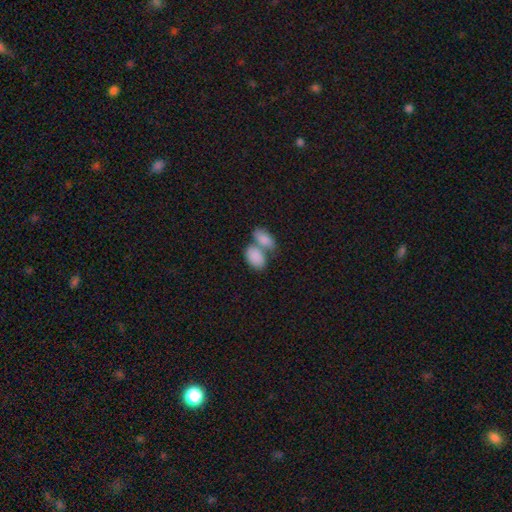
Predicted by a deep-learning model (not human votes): smooth-or-featured: smooth: 86% | featured or disk: 9% | star or artifact: 6%
  how-rounded: in between: 92% | round: 6% | cigar-shaped: 2%
  merging: merger: 60% | none: 26% | minor disturbance: 9% | major disturbance: 4%